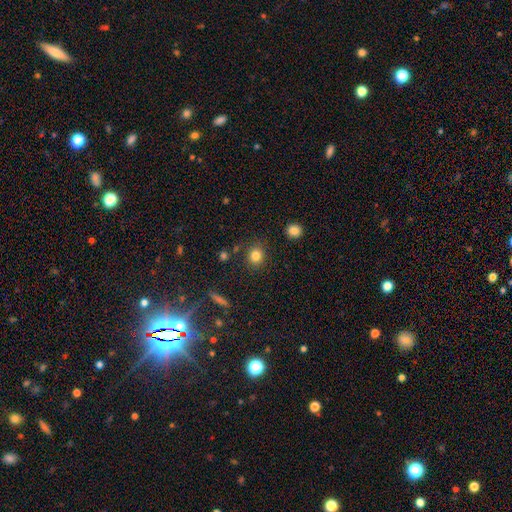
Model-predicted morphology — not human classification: smooth-or-featured: smooth: 82% | star or artifact: 12% | featured or disk: 6%
  how-rounded: round: 82% | in between: 16% | cigar-shaped: 1%
  merging: none: 86% | minor disturbance: 8% | major disturbance: 3% | merger: 3%